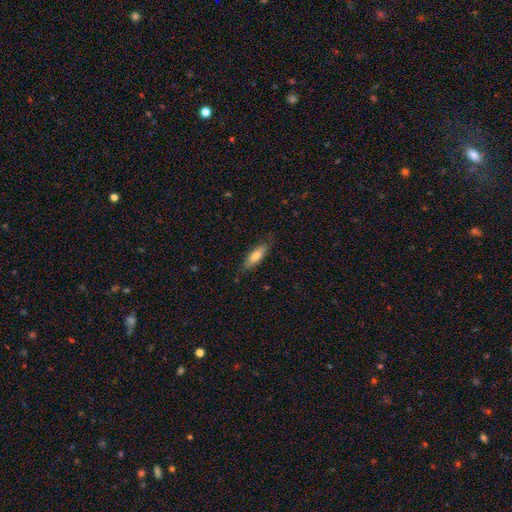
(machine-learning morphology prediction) Overall: smooth (75%). How rounded: in between (62%; cigar-shaped 37%). Merging: none (79%).